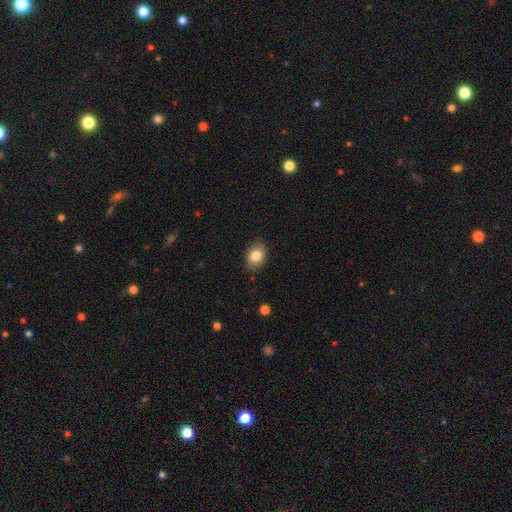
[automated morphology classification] This appears to be a smooth galaxy with no disk features (83%) that is in between round and cigar-shaped (74%). Merging: none (85%).